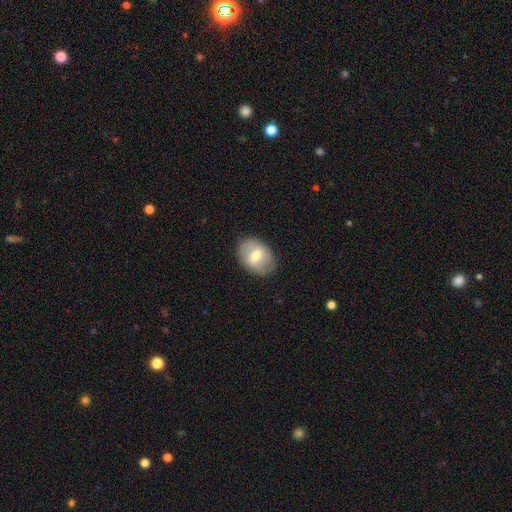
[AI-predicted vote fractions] Smooth or featured? Predicted: smooth (p=0.56). How rounded? Predicted: in between (p=0.71). Merging? Predicted: none (p=0.84).